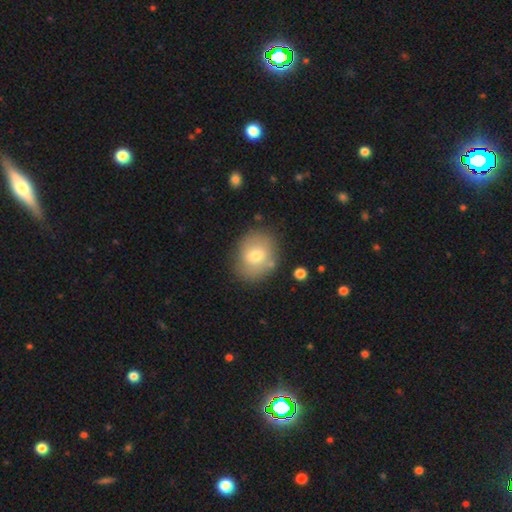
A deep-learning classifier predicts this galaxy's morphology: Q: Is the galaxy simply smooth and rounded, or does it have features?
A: smooth — 71%.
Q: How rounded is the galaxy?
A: round — 54%.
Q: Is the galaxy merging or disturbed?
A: none — 79%.